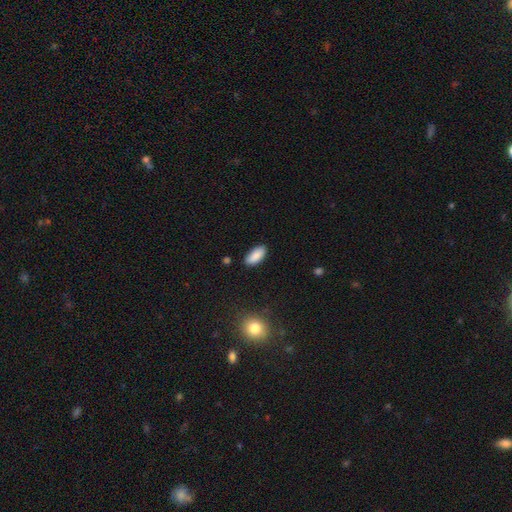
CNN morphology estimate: Smooth or featured: smooth — 89% (star or artifact — 7%)
How rounded: in between — 88% (cigar-shaped — 10%)
Merging: none — 86% (minor disturbance — 11%)